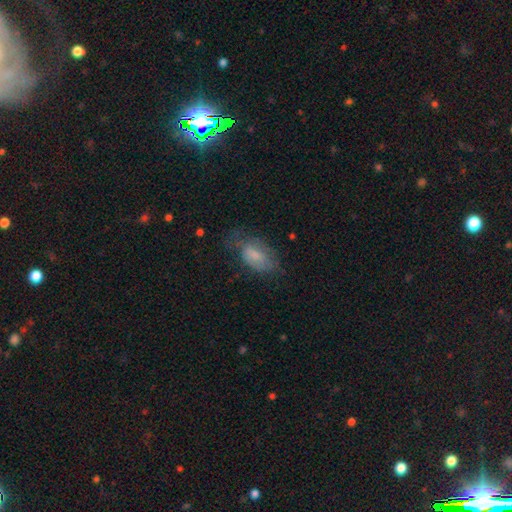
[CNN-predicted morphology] Smooth or featured?
  - smooth: 60% *
  - featured or disk: 28%
  - star or artifact: 12%
How rounded?
  - in between: 90% *
  - round: 6%
  - cigar-shaped: 4%
Merging?
  - none: 52% *
  - minor disturbance: 28%
  - major disturbance: 18%
  - merger: 2%